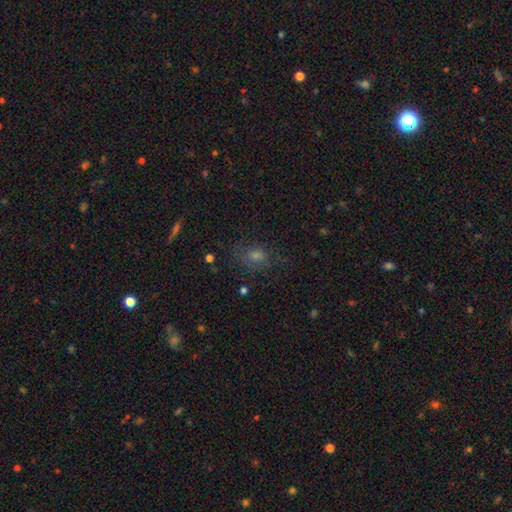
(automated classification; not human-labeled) This appears to be a smooth galaxy with no disk features (53%) that is in between round and cigar-shaped (54%). Merging: none (71%).